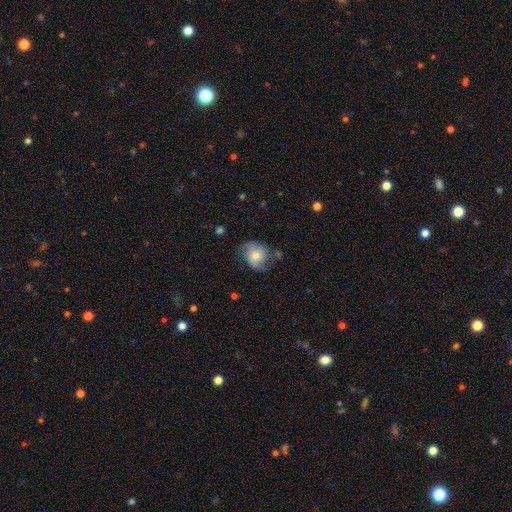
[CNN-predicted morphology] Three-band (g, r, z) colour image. It shows a featured or disk galaxy (46%, tied with smooth). Merging: none (57%).